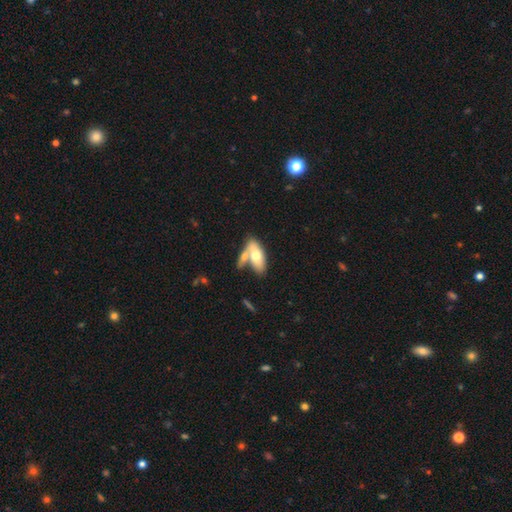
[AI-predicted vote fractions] A smooth galaxy with no disk features (66%) that is in between round and cigar-shaped (84%). Merging: merger (44%).